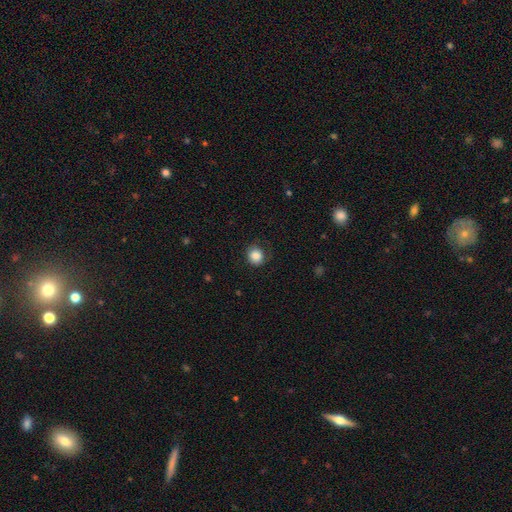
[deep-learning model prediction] Smooth or featured? smooth (87%)
How rounded? round (81%)
Merging? none (78%)